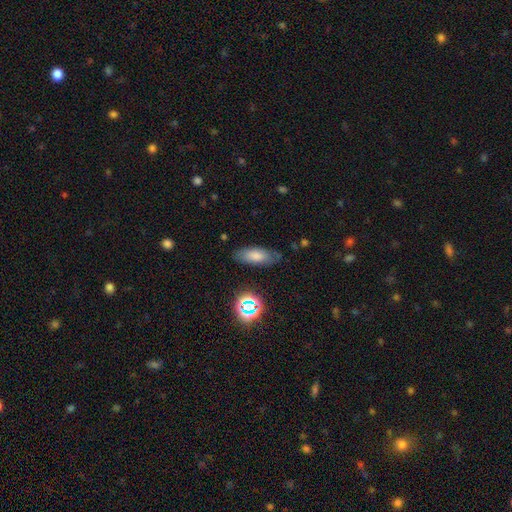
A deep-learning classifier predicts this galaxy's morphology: smooth-or-featured: smooth: 74% | featured or disk: 15% | star or artifact: 11%
  how-rounded: in between: 79% | cigar-shaped: 17% | round: 3%
  merging: none: 77% | minor disturbance: 16% | major disturbance: 4% | merger: 2%